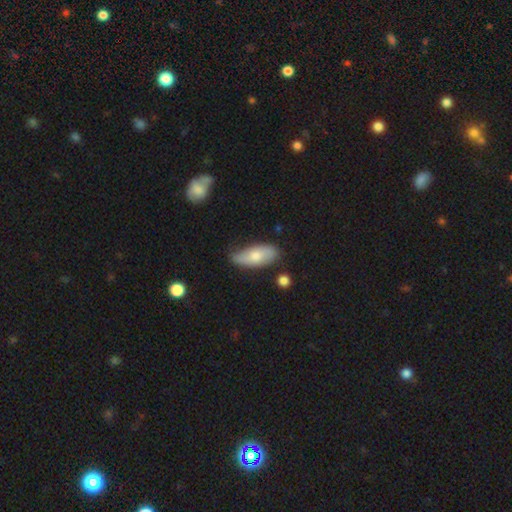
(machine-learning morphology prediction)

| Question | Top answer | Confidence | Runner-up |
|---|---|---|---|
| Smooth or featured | smooth | 67% | featured or disk (27%) |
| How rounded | in between | 82% | cigar-shaped (15%) |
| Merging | none | 63% | minor disturbance (29%) |